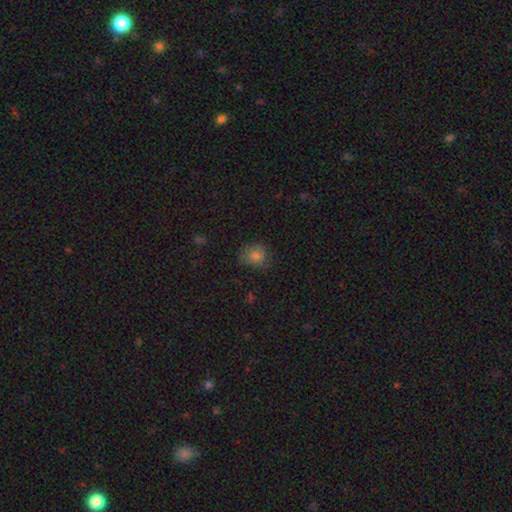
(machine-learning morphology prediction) A smooth galaxy with no disk features (79%) that is round (72%). Merging: none (69%).